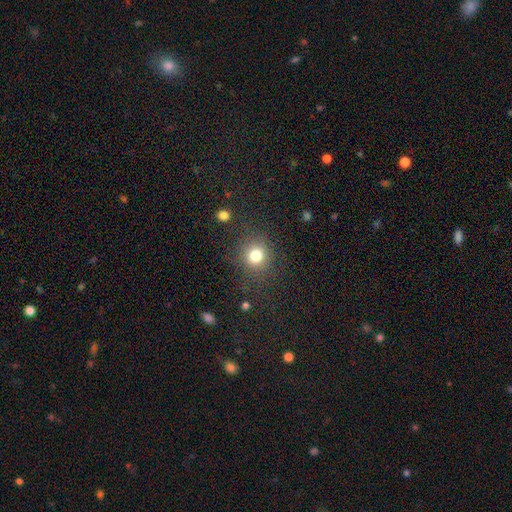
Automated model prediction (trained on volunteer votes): This is likely a smooth galaxy (79%). How rounded: clearly round (88%). Merging: clearly none (84%).